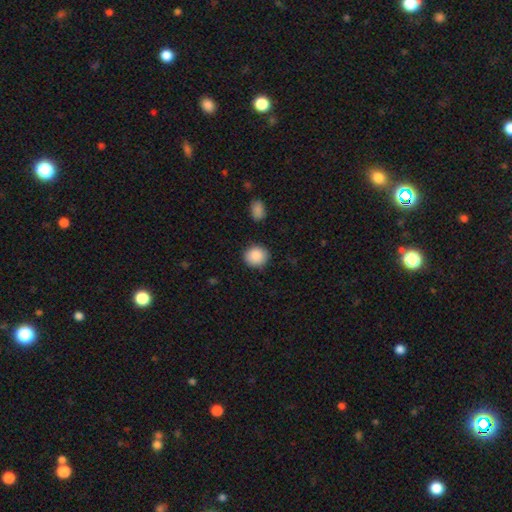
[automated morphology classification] smooth_or_featured: smooth (p=0.89) [alt: star or artifact p=0.07]
how_rounded: round (p=0.83) [alt: in between p=0.16]
merging: none (p=0.88) [alt: minor disturbance p=0.08]